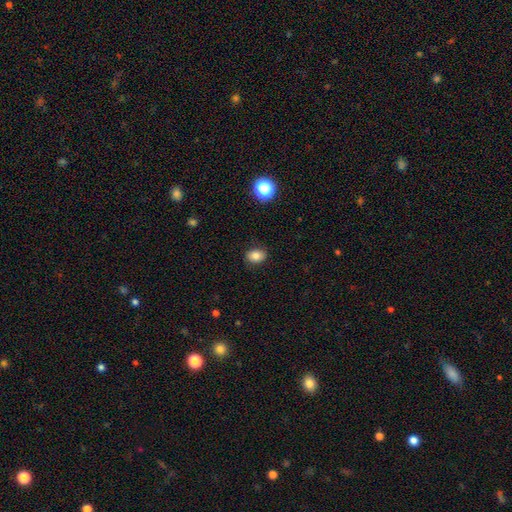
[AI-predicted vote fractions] Overall: smooth (82%). How rounded: in between (68%; round 31%). Merging: none (87%).